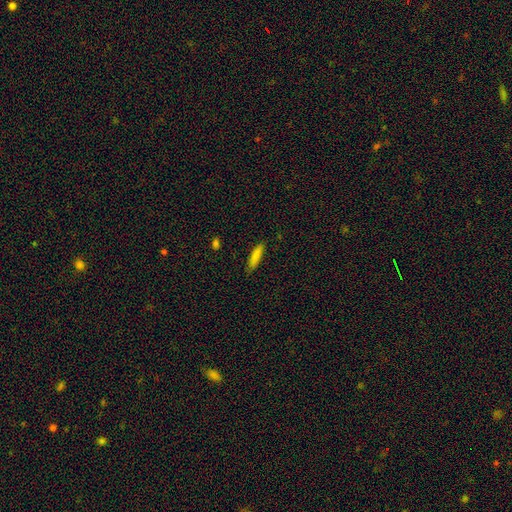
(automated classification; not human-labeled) smooth-or-featured: smooth: 84% | featured or disk: 9% | star or artifact: 7%
  how-rounded: cigar-shaped: 76% | in between: 23% | round: 1%
  merging: none: 83% | minor disturbance: 13% | major disturbance: 2% | merger: 1%